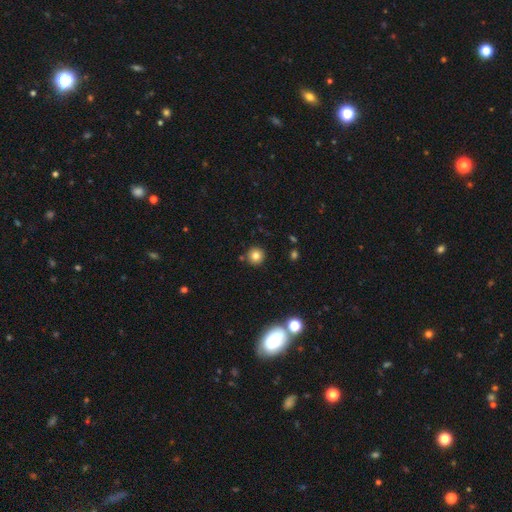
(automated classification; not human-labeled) Morphology: type=smooth (80%); roundness=round (95%); merging=none (87%).